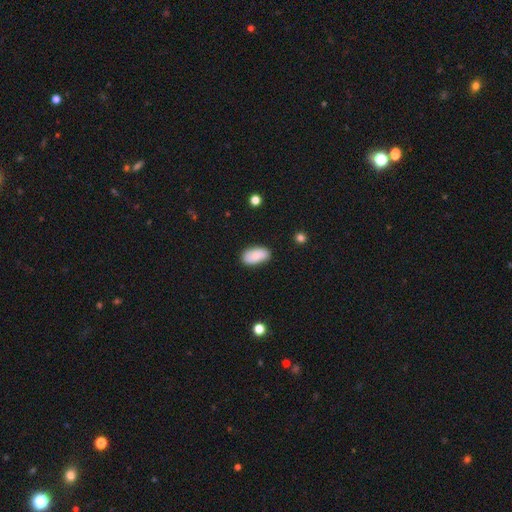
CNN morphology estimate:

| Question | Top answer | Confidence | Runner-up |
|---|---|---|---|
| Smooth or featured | smooth | 81% | featured or disk (13%) |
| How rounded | in between | 94% | round (4%) |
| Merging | none | 80% | minor disturbance (16%) |